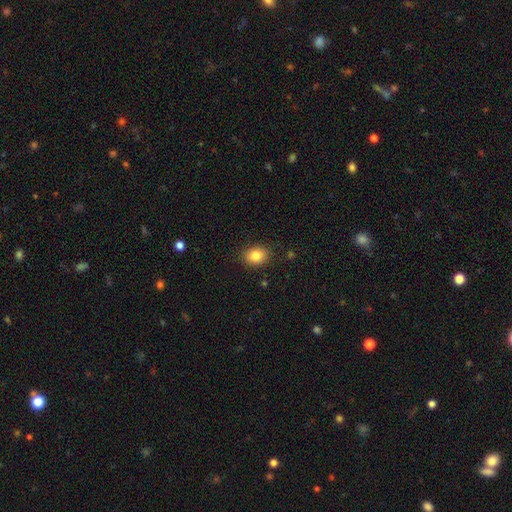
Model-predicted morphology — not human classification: A smooth galaxy with no disk features (84%) that is in between round and cigar-shaped (57%).

Vote fractions:
- Smooth or featured? smooth: 84% / star or artifact: 9% / featured or disk: 7%
- How rounded? in between: 57% / round: 42% / cigar-shaped: 1%
- Merging? none: 87% / minor disturbance: 9% / major disturbance: 2% / merger: 1%